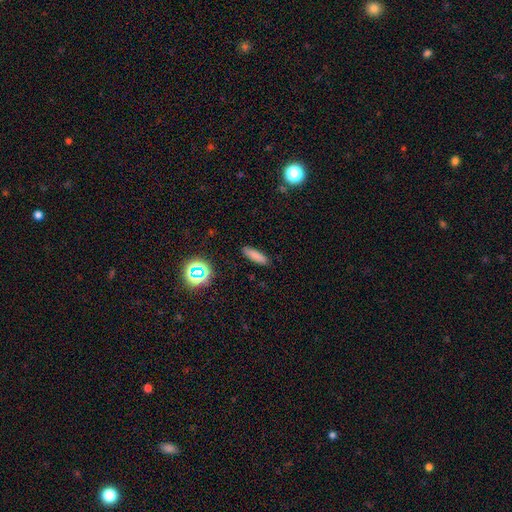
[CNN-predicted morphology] A smooth galaxy with no disk features (80%) that is cigar-shaped (65%). Merging: none (88%).